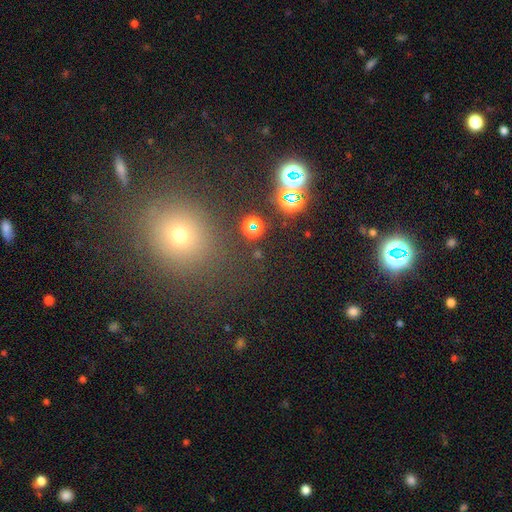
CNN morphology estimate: Smooth or featured: smooth — 46% (star or artifact — 43%)
Merging: none — 81% (minor disturbance — 9%)